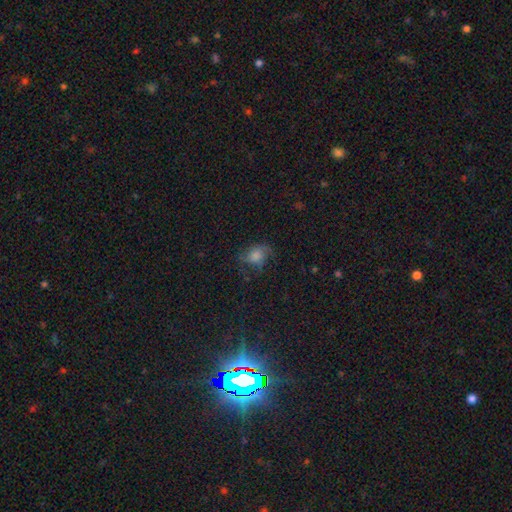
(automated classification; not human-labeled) A smooth galaxy with no disk features (45%). Merging: none (60%).